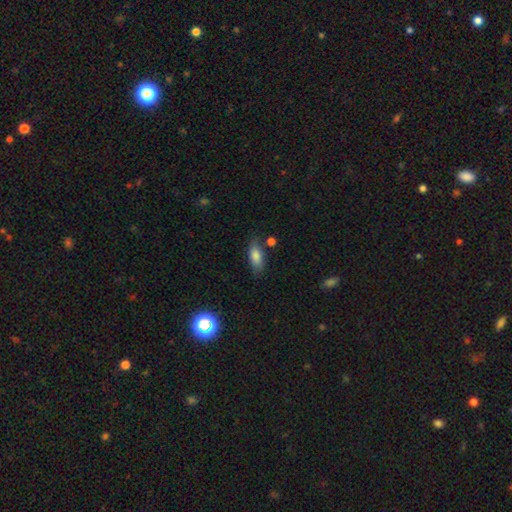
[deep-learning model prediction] Overall: smooth (80%). How rounded: in between (78%). Merging: none (72%).